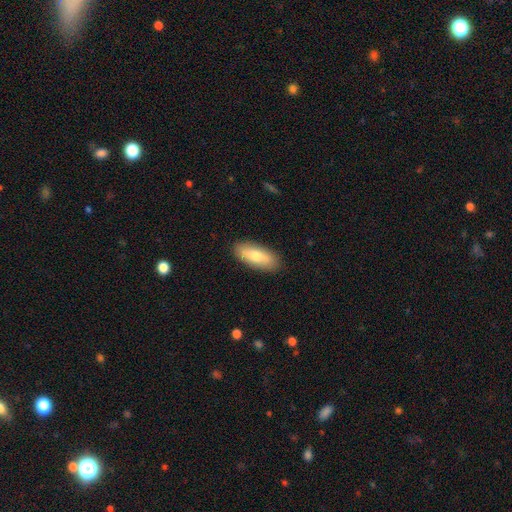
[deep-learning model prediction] The model was most divided on "smooth or featured": smooth: 70%, featured or disk: 24%, star or artifact: 6%. More confident: merging — none (88%); how rounded — in between (77%).